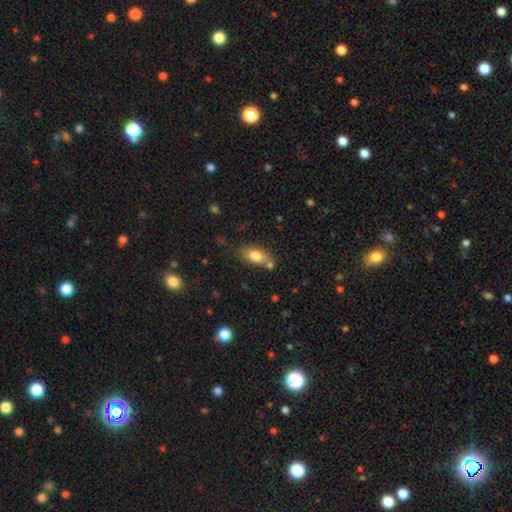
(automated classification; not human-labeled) smooth-or-featured: smooth: 79% | featured or disk: 13% | star or artifact: 8%
  how-rounded: in between: 87% | cigar-shaped: 7% | round: 6%
  merging: none: 63% | minor disturbance: 18% | merger: 14% | major disturbance: 5%